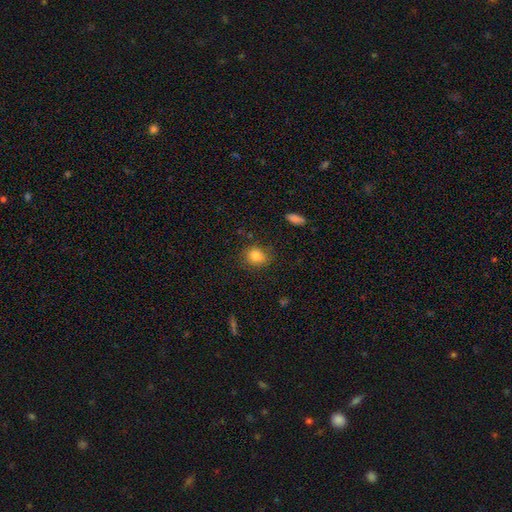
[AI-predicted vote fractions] Smooth or featured?
  - smooth: 82% *
  - star or artifact: 11%
  - featured or disk: 8%
How rounded?
  - round: 58% *
  - in between: 41%
  - cigar-shaped: 1%
Merging?
  - none: 79% *
  - minor disturbance: 15%
  - major disturbance: 4%
  - merger: 2%